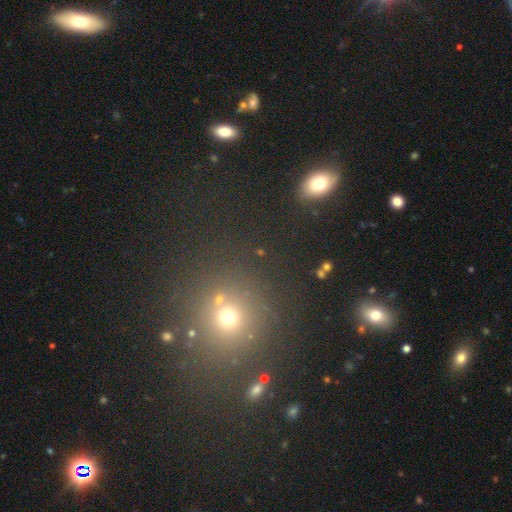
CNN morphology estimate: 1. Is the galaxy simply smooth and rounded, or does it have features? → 46% smooth, 44% star or artifact, 10% featured or disk.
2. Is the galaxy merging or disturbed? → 80% none, 9% minor disturbance, 7% merger, 4% major disturbance.